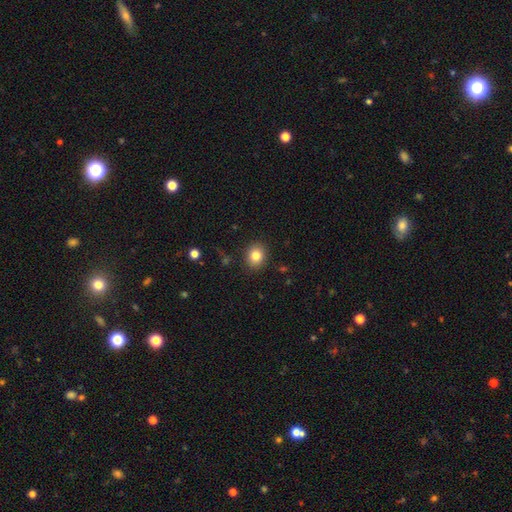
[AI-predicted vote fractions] This is clearly a smooth galaxy (83%). How rounded: likely round (69%). Merging: clearly none (89%).